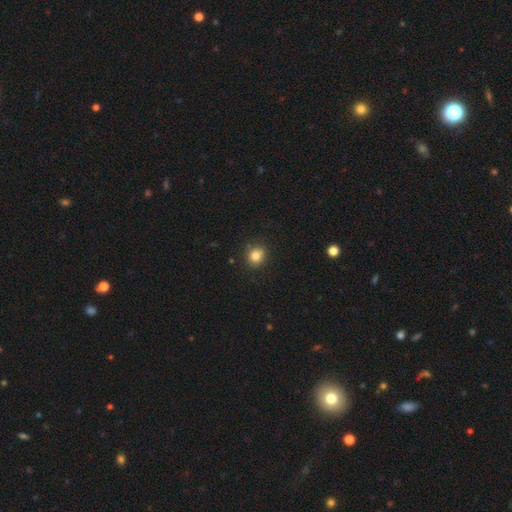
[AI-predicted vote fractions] The model was most divided on "how rounded": round: 82%, in between: 17%, cigar-shaped: 1%. More confident: merging — none (86%); smooth or featured — smooth (83%).